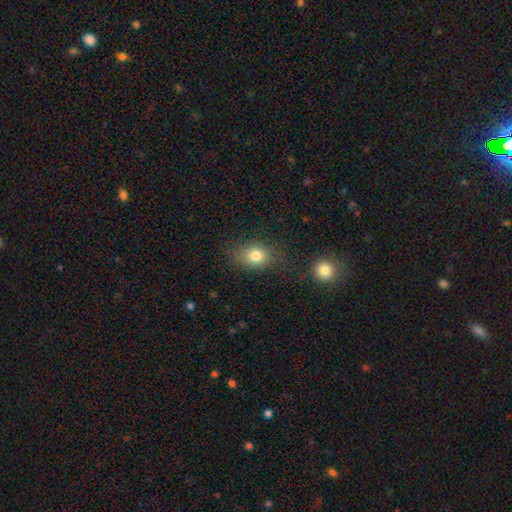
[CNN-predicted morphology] The model was most divided on "how rounded": in between: 55%, round: 44%, cigar-shaped: 1%. More confident: smooth or featured — smooth (80%); merging — none (74%).